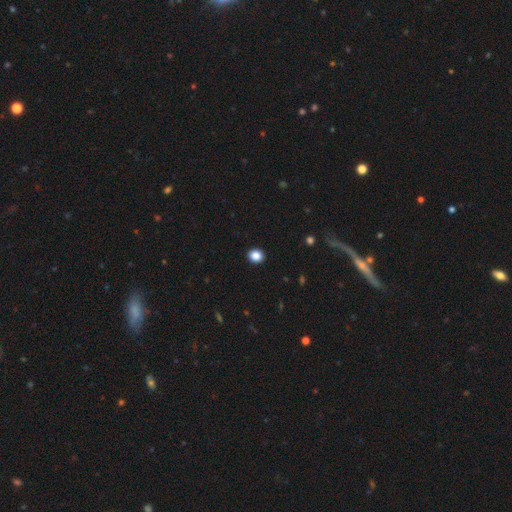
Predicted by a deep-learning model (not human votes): This appears to be a smooth galaxy with no disk features (87%) that is round (67%). Merging: none (92%).